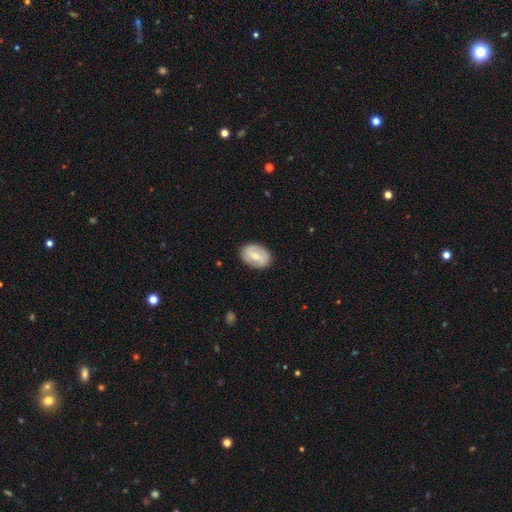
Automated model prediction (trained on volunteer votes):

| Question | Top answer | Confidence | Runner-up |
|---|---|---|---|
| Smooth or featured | smooth | 56% | featured or disk (38%) |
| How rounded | in between | 80% | round (18%) |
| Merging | none | 85% | minor disturbance (11%) |